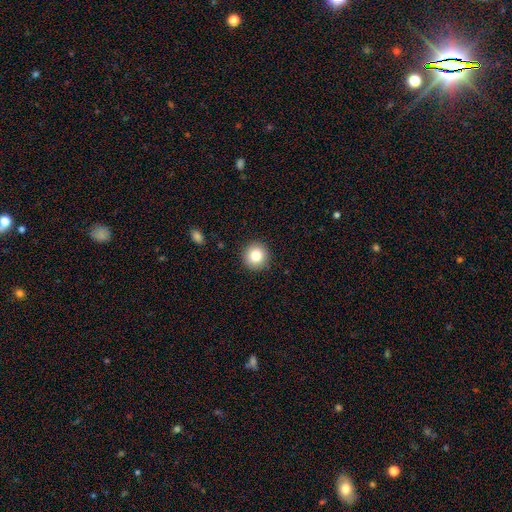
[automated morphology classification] Q: Smooth or featured?
A: smooth (82%); runner-up: star or artifact (10%)
Q: How rounded?
A: round (95%); runner-up: in between (4%)
Q: Merging?
A: none (91%); runner-up: minor disturbance (6%)